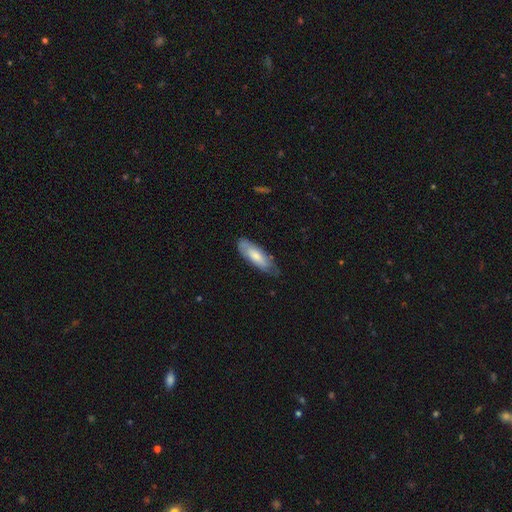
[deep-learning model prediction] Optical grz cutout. It shows a smooth galaxy with no disk features (68%) that is in between round and cigar-shaped (60%). Merging: none (69%).